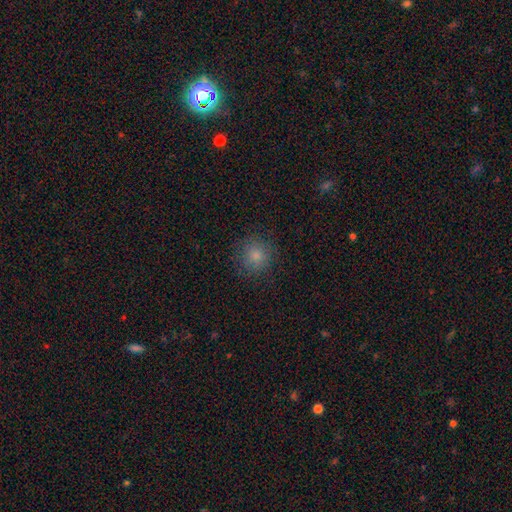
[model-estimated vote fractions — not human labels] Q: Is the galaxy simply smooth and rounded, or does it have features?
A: smooth — 81%.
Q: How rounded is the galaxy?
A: round — 92%.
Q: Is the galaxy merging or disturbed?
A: none — 86%.